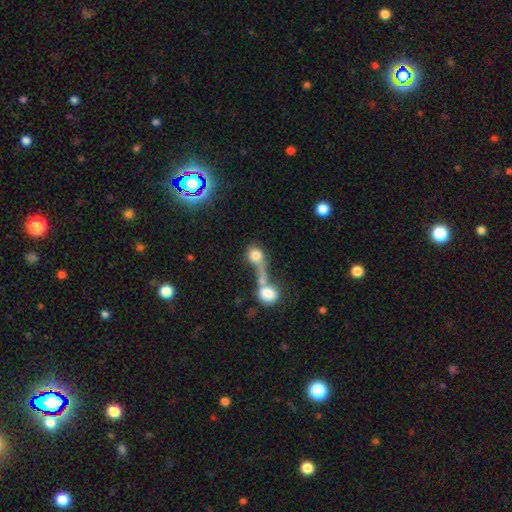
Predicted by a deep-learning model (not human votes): This appears to be a smooth galaxy with no disk features (71%) that is round (58%). Merging: merger (61%).